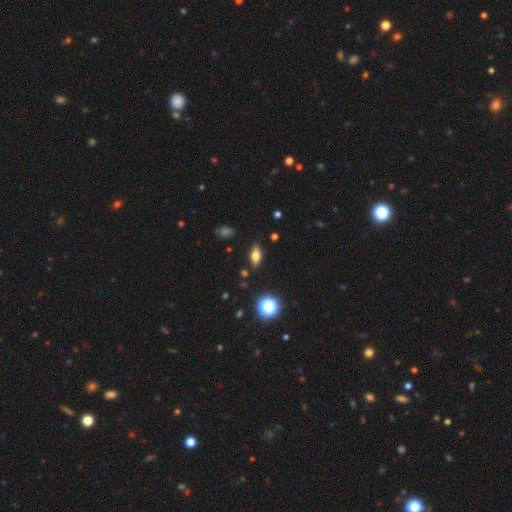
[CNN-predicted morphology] Q: Smooth or featured?
A: smooth (57%); runner-up: featured or disk (31%)
Q: How rounded?
A: in between (70%); runner-up: cigar-shaped (21%)
Q: Merging?
A: none (85%); runner-up: minor disturbance (10%)